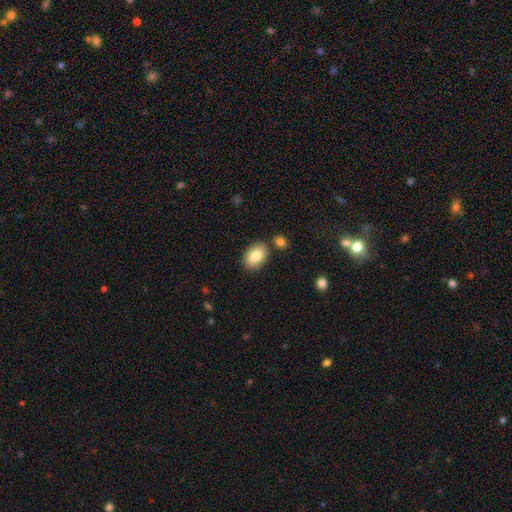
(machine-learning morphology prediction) This appears to be a smooth galaxy with no disk features (84%) that is in between round and cigar-shaped (85%). Merging: none (82%).